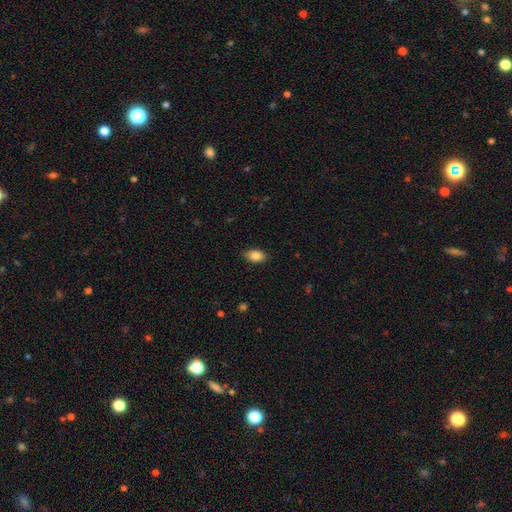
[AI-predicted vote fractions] smooth 86%, star or artifact 8%, featured or disk 6%. Down the decision tree: how rounded — in between (90%); merging — none (85%).